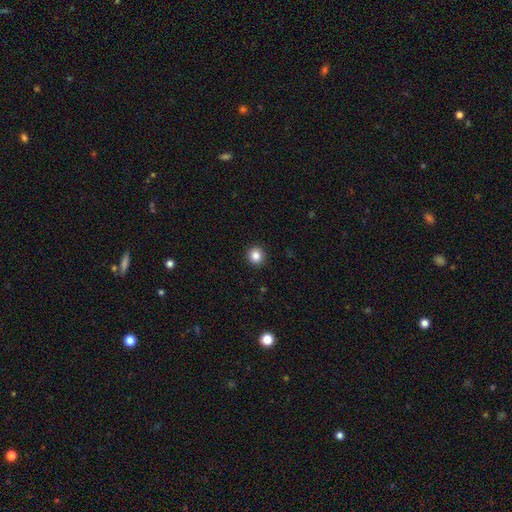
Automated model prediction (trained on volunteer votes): Smooth or featured: smooth — 85% (star or artifact — 11%)
How rounded: round — 91% (in between — 8%)
Merging: none — 93% (minor disturbance — 5%)